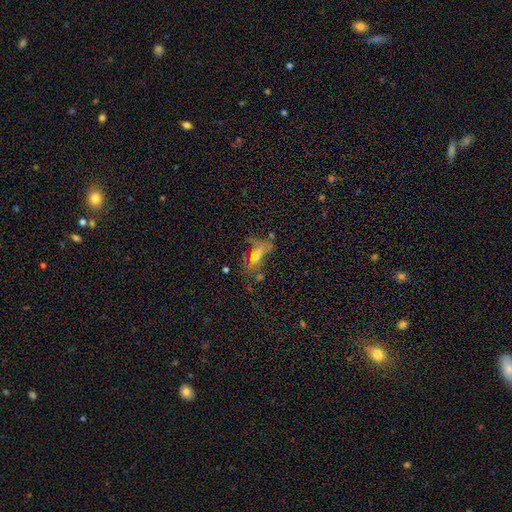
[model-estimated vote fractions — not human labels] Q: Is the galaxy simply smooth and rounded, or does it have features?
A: star or artifact — 35%.